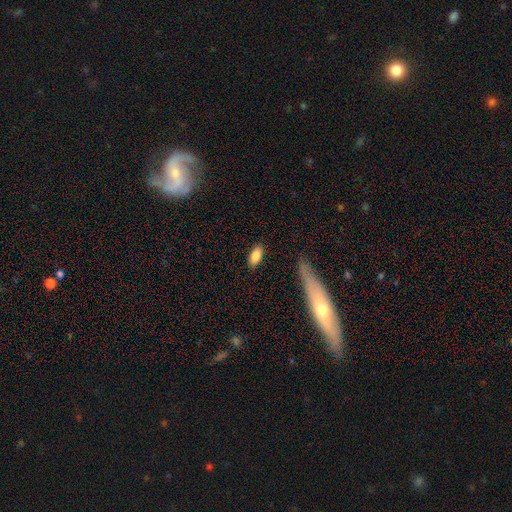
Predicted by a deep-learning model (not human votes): A smooth galaxy with no disk features (84%) that is in between round and cigar-shaped (89%).

Vote fractions:
- Smooth or featured? smooth: 84% / featured or disk: 9% / star or artifact: 7%
- How rounded? in between: 89% / cigar-shaped: 8% / round: 3%
- Merging? none: 86% / minor disturbance: 9% / major disturbance: 3% / merger: 2%